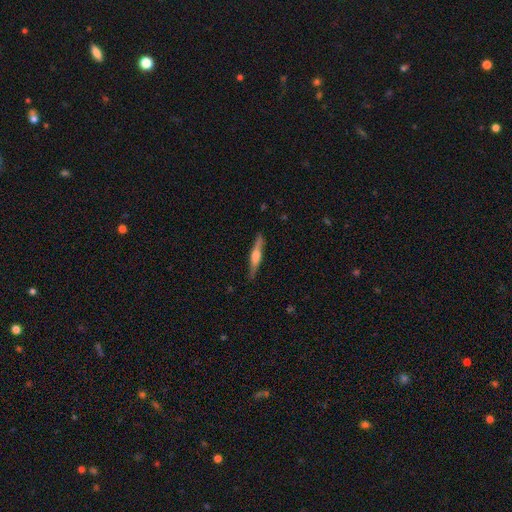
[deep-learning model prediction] Smooth or featured? featured or disk (62%)
Edge-on disk? yes (97%)
Edge-on bulge? rounded (79%)
Merging? none (86%)